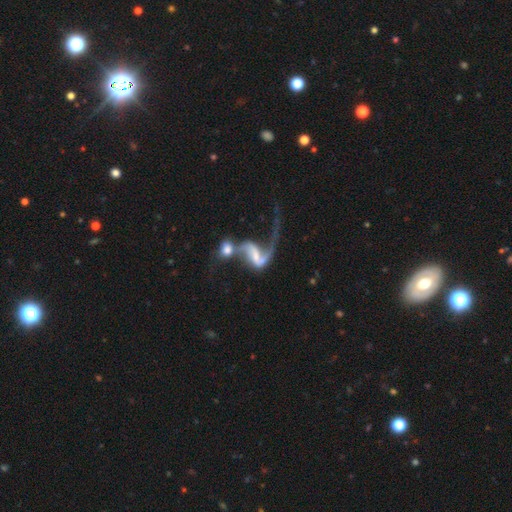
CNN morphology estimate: Smooth or featured: featured or disk — 78% (smooth — 15%)
Edge-on disk: no — 96% (yes — 4%)
Bar: weak — 39% (strong — 33%)
Spiral arms: yes — 88% (no — 12%)
Spiral winding: loose — 85% (medium — 12%)
Spiral arm count: 2 — 66% (1 — 28%)
Bulge size: none — 32% (tied with small — 32%)
Merging: merger — 61% (major disturbance — 19%)